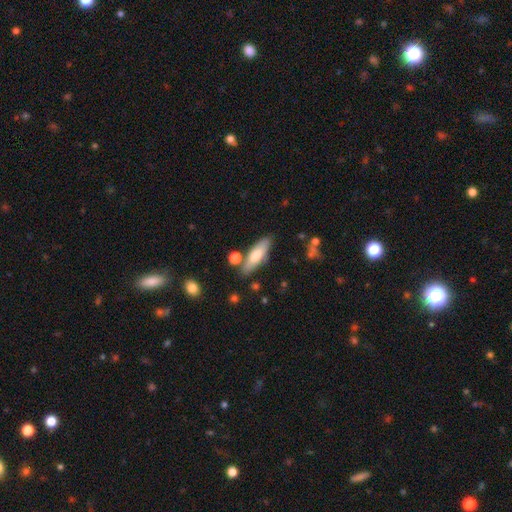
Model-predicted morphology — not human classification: smooth 62%, featured or disk 32%, star or artifact 6%. Down the decision tree: how rounded — cigar-shaped (52%); merging — none (78%).